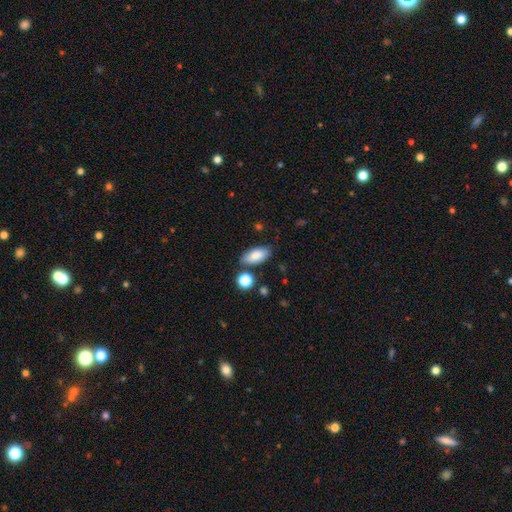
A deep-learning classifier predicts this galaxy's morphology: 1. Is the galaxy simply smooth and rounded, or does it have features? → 84% smooth, 8% featured or disk, 7% star or artifact.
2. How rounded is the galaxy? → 88% in between, 8% cigar-shaped, 4% round.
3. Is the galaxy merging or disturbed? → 78% none, 13% minor disturbance, 6% merger, 3% major disturbance.